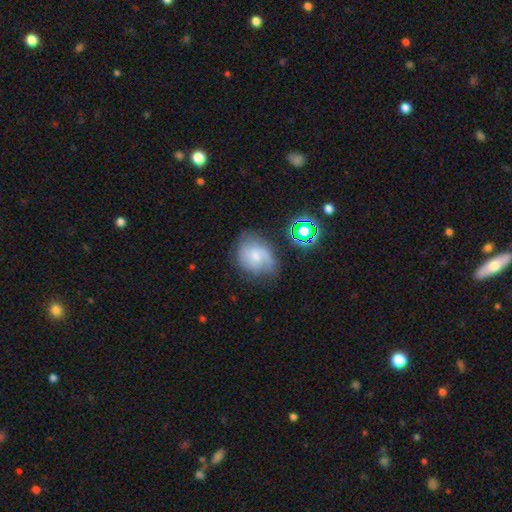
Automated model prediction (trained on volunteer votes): Smooth or featured? Predicted: featured or disk (p=0.56). Edge-on disk? Predicted: no (p=0.97). Bar? Predicted: no (p=0.56). Spiral arms? Predicted: yes (p=0.87). Bulge size? Predicted: small (p=0.45). Merging? Predicted: none (p=0.55).